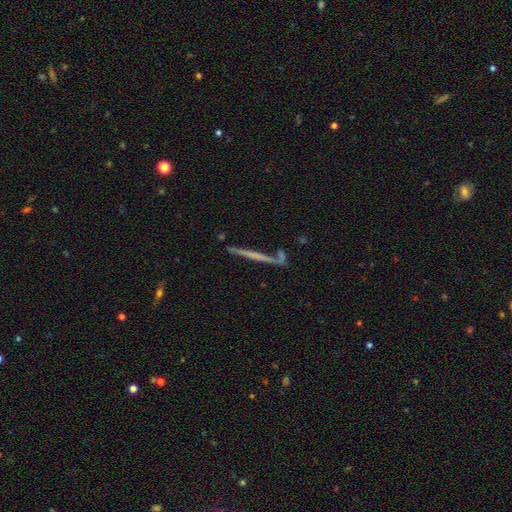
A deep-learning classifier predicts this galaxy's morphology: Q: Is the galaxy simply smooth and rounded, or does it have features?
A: featured or disk — 60%.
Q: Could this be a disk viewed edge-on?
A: yes — 95%.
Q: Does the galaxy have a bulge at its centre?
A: none — 80%.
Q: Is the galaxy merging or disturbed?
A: none — 77%.